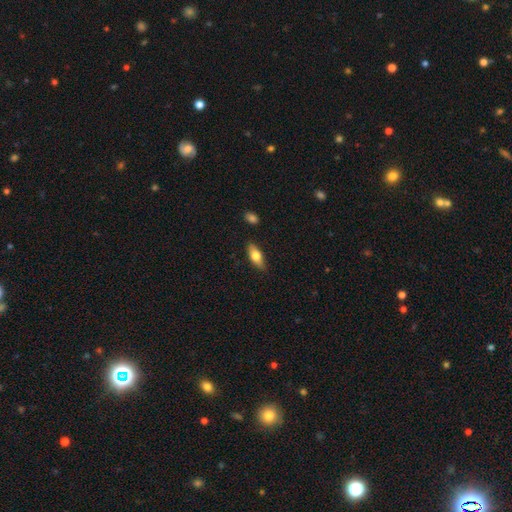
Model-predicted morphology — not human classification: A smooth galaxy with no disk features (66%) that is in between round and cigar-shaped (73%).

Vote fractions:
- Smooth or featured? smooth: 66% / featured or disk: 28% / star or artifact: 6%
- How rounded? in between: 73% / cigar-shaped: 24% / round: 4%
- Merging? none: 83% / minor disturbance: 13% / major disturbance: 2% / merger: 2%